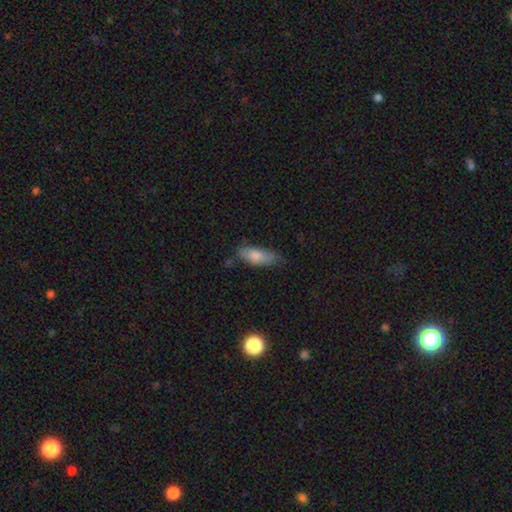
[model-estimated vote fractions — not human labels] smooth_or_featured: smooth (p=0.79) [alt: featured or disk p=0.15]
how_rounded: in between (p=0.75) [alt: cigar-shaped p=0.22]
merging: none (p=0.61) [alt: minor disturbance p=0.29]